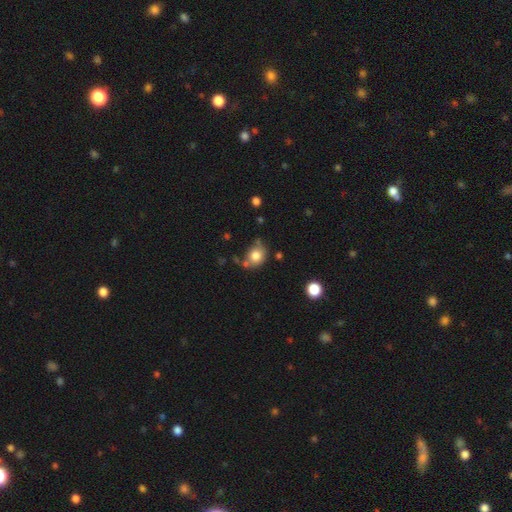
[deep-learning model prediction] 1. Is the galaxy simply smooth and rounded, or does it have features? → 79% smooth, 11% featured or disk, 10% star or artifact.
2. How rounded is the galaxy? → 63% round, 36% in between, 1% cigar-shaped.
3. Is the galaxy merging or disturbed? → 56% none, 24% minor disturbance, 13% merger, 7% major disturbance.